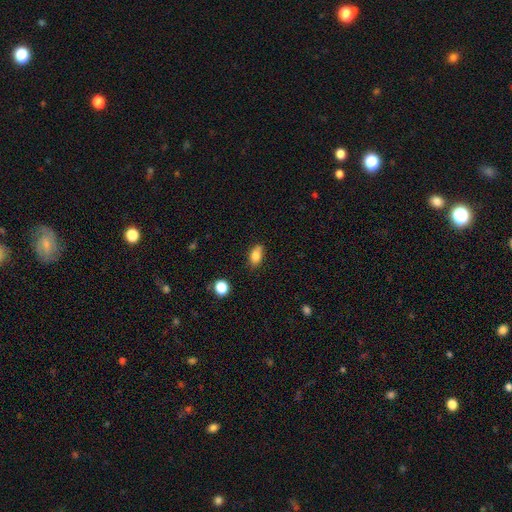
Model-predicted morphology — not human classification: smooth-or-featured: smooth: 83% | star or artifact: 10% | featured or disk: 8%
  how-rounded: in between: 84% | round: 12% | cigar-shaped: 4%
  merging: none: 70% | minor disturbance: 23% | major disturbance: 4% | merger: 3%